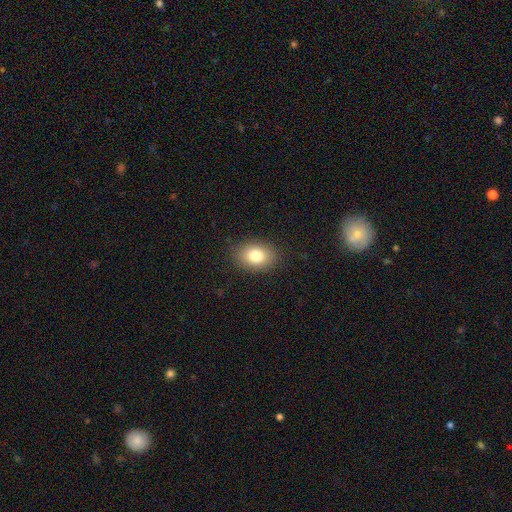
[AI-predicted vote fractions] This appears to be a smooth galaxy with no disk features (81%) that is in between round and cigar-shaped (79%). Merging: none (87%).